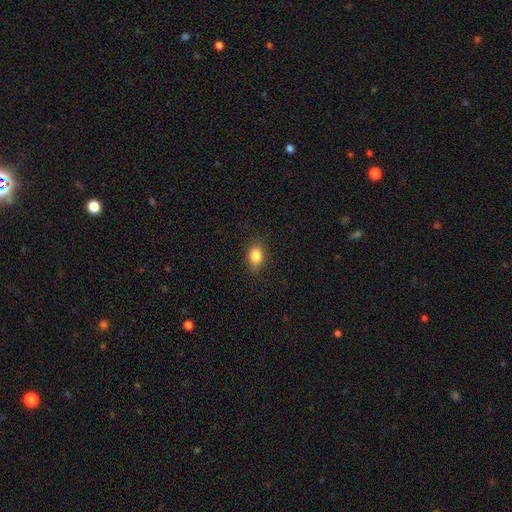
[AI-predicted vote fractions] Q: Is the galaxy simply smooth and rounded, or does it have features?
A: smooth — 85%.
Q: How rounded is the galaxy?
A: in between — 73%.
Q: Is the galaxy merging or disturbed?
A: none — 84%.